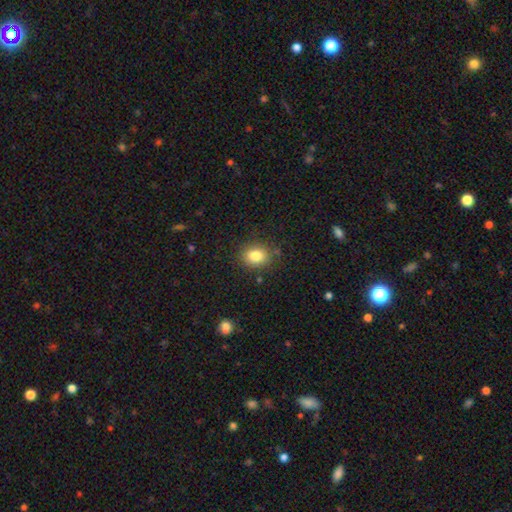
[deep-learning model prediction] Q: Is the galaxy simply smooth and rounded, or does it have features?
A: smooth — 83%.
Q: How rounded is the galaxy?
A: round — 51%.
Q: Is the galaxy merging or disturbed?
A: none — 84%.